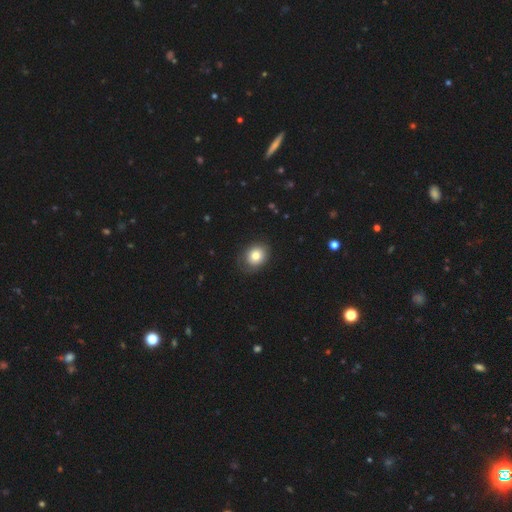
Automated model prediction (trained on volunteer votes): A smooth galaxy with no disk features (78%) that is round (57%). Merging: none (78%).